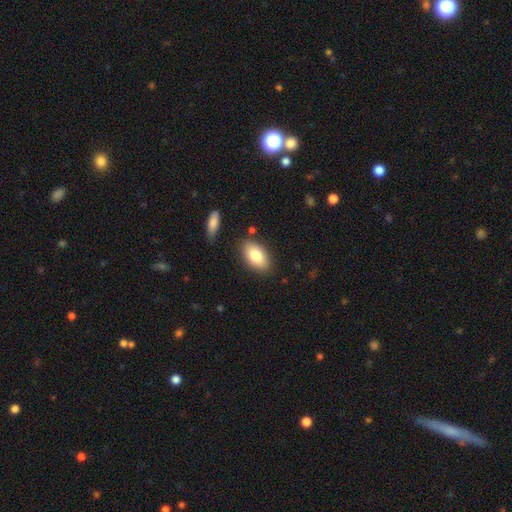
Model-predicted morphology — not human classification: Smooth or featured? smooth (81%)
How rounded? in between (93%)
Merging? none (82%)